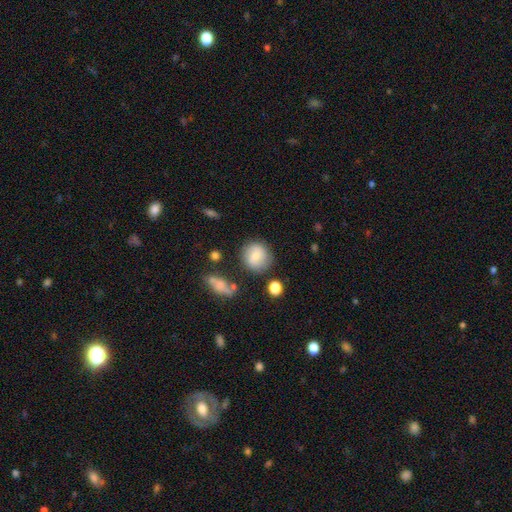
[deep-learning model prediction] Smooth or featured? Predicted: smooth (p=0.74). How rounded? Predicted: round (p=0.87). Merging? Predicted: none (p=0.78).